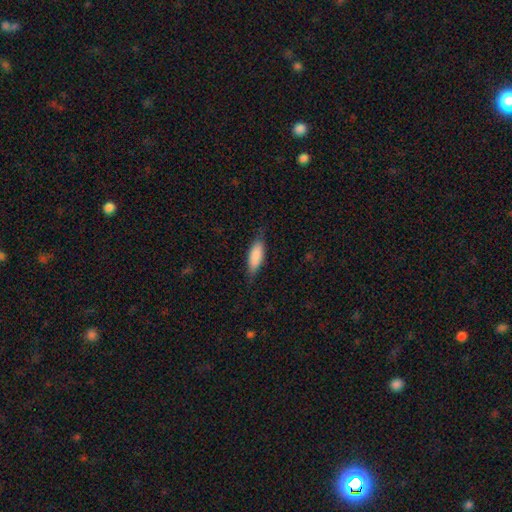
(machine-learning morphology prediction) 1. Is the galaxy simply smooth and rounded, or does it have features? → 84% smooth, 10% featured or disk, 6% star or artifact.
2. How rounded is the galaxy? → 67% in between, 31% cigar-shaped, 2% round.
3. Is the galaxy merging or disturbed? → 75% none, 19% minor disturbance, 4% major disturbance, 1% merger.